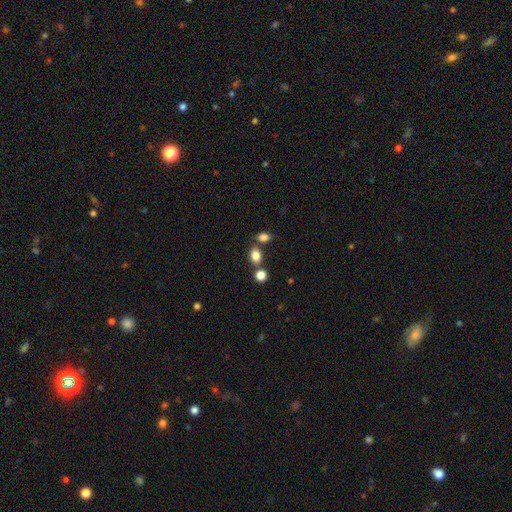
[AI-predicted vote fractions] Overall: smooth (82%). How rounded: in between (69%; round 30%). Merging: none (66%).